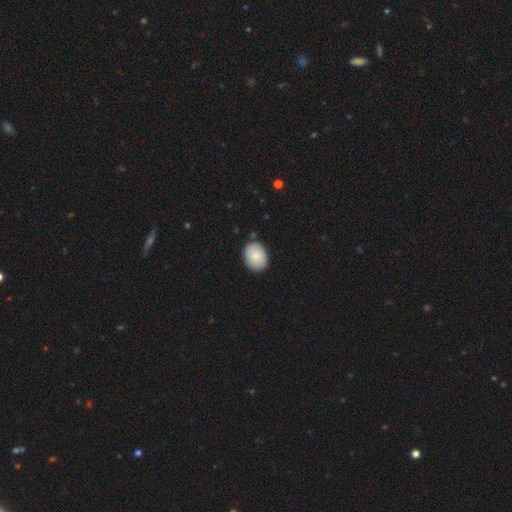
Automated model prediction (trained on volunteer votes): The model was most divided on "how rounded": in between: 63%, round: 36%, cigar-shaped: 1%. More confident: merging — none (85%); smooth or featured — smooth (84%).